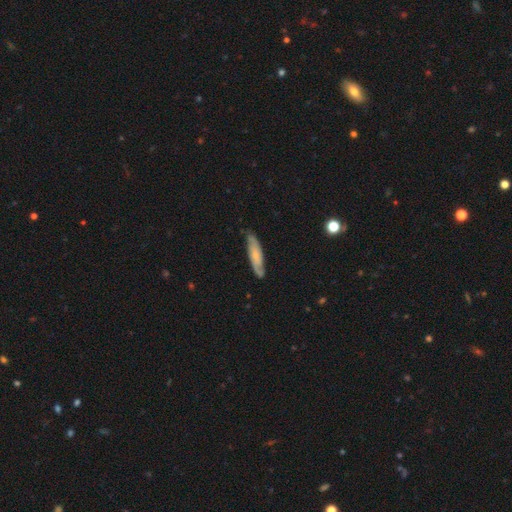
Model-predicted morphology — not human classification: Smooth or featured? featured or disk (50%)
Merging? none (77%)